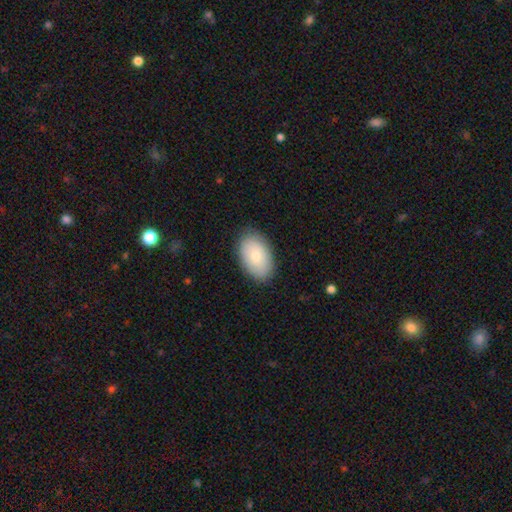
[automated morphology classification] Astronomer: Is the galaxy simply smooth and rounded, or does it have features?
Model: smooth — 78%.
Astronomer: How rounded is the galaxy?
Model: in between — 92%.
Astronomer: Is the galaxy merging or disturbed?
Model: none — 86%.